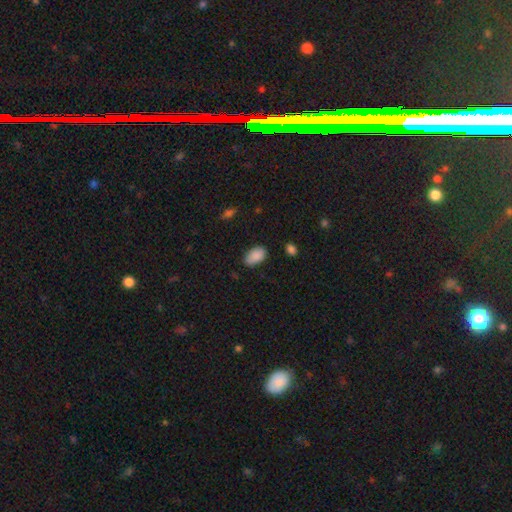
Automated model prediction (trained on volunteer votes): Smooth or featured? Predicted: smooth (p=0.88). How rounded? Predicted: in between (p=0.93). Merging? Predicted: none (p=0.75).